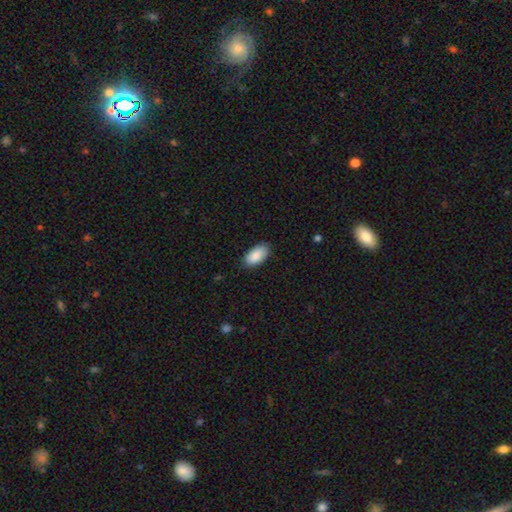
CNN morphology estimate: Smooth or featured? smooth (89%)
How rounded? in between (95%)
Merging? none (86%)